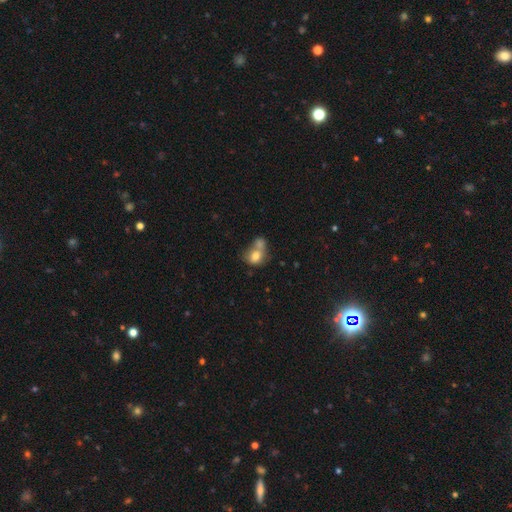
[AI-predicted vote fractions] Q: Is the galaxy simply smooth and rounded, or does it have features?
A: smooth — 75%.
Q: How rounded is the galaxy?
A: in between — 49%, tied with round.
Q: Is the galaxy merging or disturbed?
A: merger — 60%.